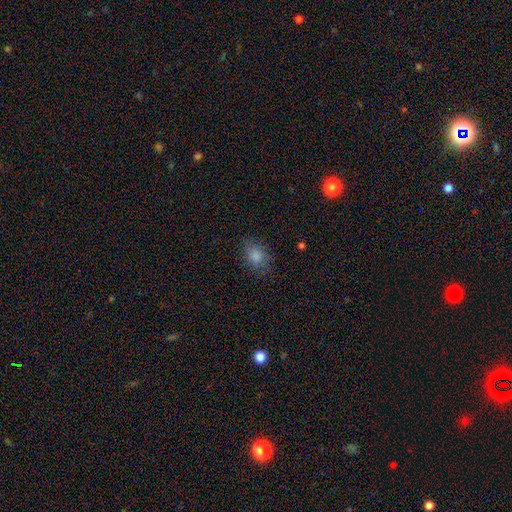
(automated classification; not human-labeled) Smooth or featured? smooth (77%)
How rounded? in between (62%)
Merging? none (79%)